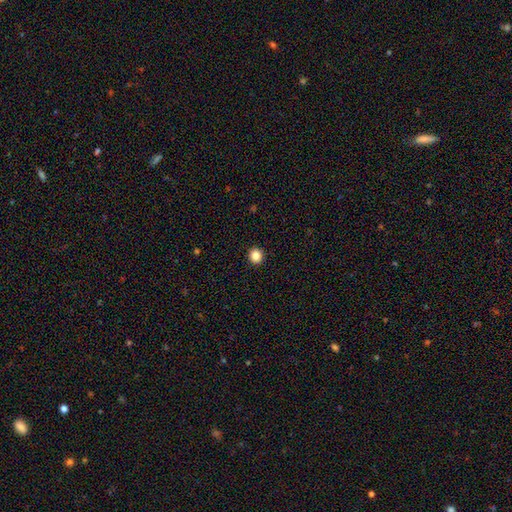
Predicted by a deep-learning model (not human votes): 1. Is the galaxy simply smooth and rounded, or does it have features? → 85% smooth, 11% star or artifact, 4% featured or disk.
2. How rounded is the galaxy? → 90% round, 9% in between, 1% cigar-shaped.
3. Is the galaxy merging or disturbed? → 94% none, 4% minor disturbance, 1% major disturbance, 1% merger.